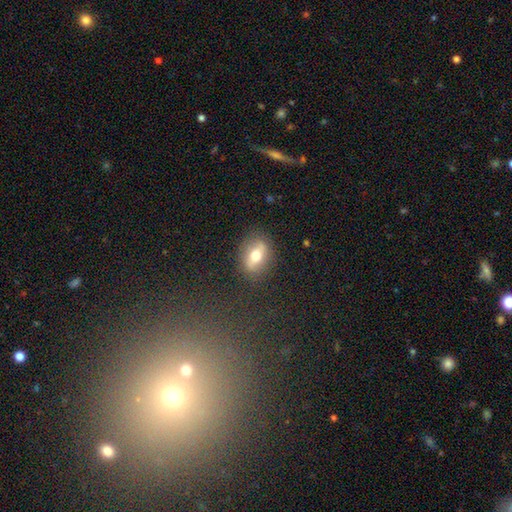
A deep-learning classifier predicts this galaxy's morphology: Q: Smooth or featured?
A: smooth (52%); runner-up: featured or disk (38%)
Q: How rounded?
A: in between (70%); runner-up: round (25%)
Q: Merging?
A: none (84%); runner-up: minor disturbance (11%)